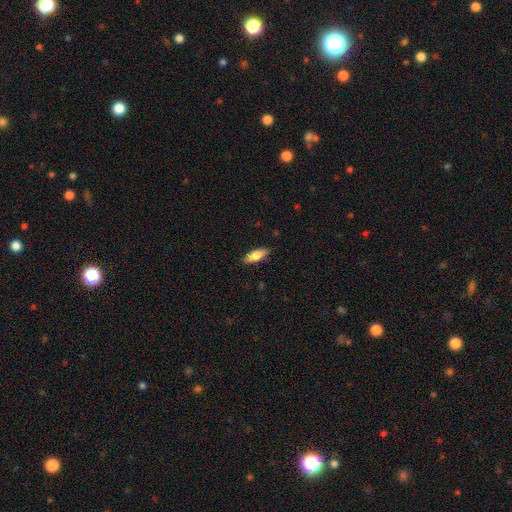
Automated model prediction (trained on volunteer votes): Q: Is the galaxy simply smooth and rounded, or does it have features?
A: smooth — 76%.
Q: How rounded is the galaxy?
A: in between — 71%.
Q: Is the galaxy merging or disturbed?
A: none — 86%.